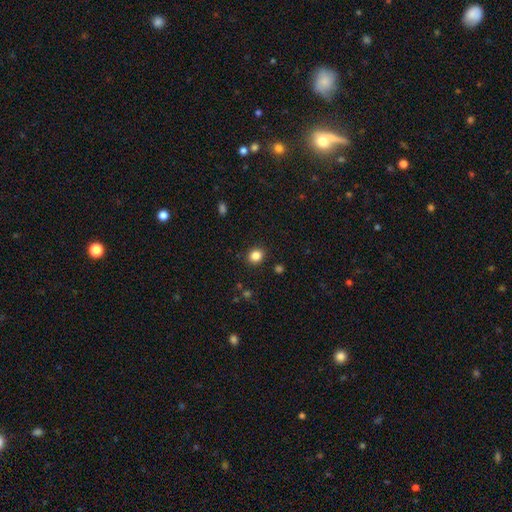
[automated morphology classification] Smooth or featured? Predicted: smooth (p=0.84). How rounded? Predicted: round (p=0.72). Merging? Predicted: none (p=0.90).